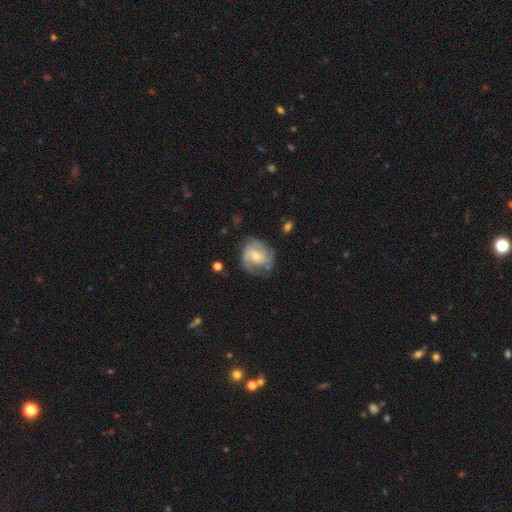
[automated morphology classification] smooth_or_featured: featured or disk (p=0.78) [alt: smooth p=0.16]
disk_edge_on: no (p=0.98) [alt: yes p=0.02]
bar: no (p=0.46) [alt: weak p=0.44]
has_spiral_arms: yes (p=0.93) [alt: no p=0.07]
spiral_winding: tight (p=0.45) [alt: medium p=0.42]
spiral_arm_count: 2 (p=0.45) [alt: 3 p=0.21]
bulge_size: small (p=0.49) [alt: moderate p=0.44]
merging: none (p=0.65) [alt: minor disturbance p=0.22]